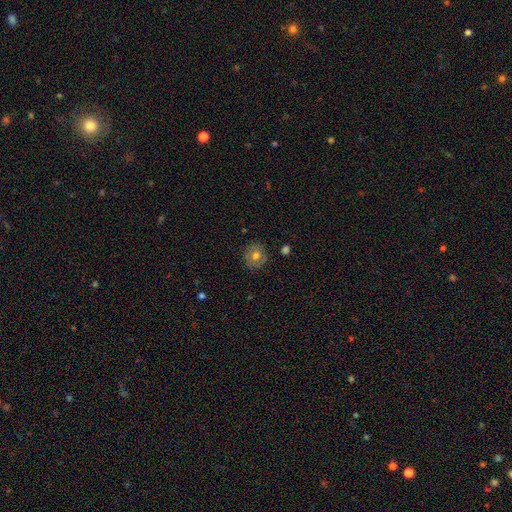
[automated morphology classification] Q: Smooth or featured?
A: smooth (63%); runner-up: featured or disk (27%)
Q: How rounded?
A: round (86%); runner-up: in between (13%)
Q: Merging?
A: none (85%); runner-up: minor disturbance (11%)